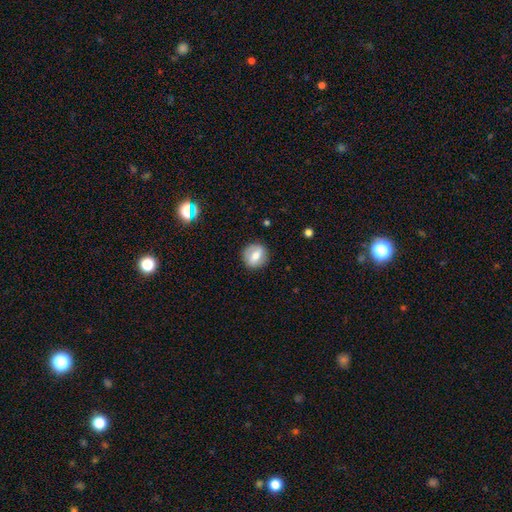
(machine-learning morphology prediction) Q: Smooth or featured?
A: smooth (56%); runner-up: featured or disk (35%)
Q: How rounded?
A: round (80%); runner-up: in between (19%)
Q: Merging?
A: none (85%); runner-up: minor disturbance (11%)